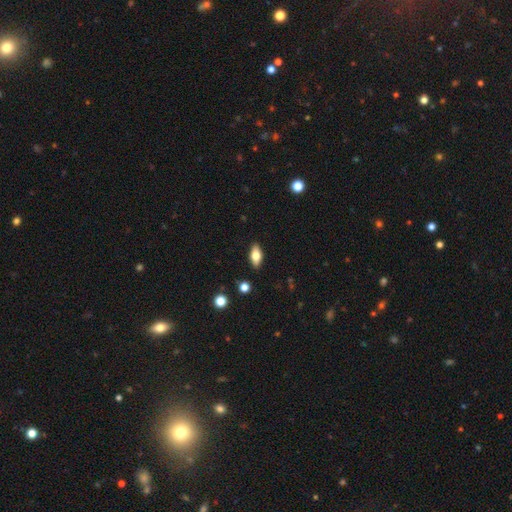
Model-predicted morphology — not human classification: Smooth or featured: smooth — 71% (featured or disk — 21%)
How rounded: in between — 87% (cigar-shaped — 9%)
Merging: none — 88% (minor disturbance — 8%)